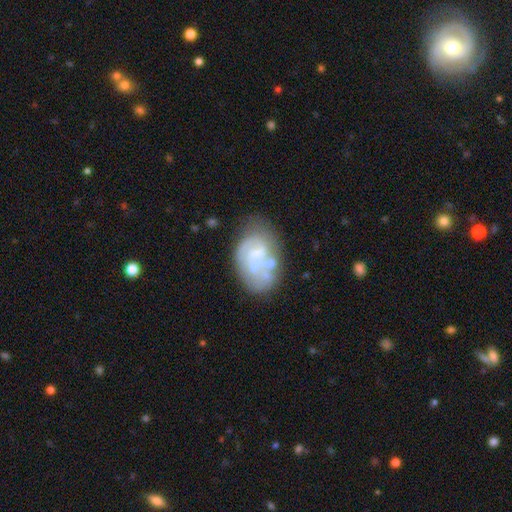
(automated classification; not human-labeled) Smooth or featured? featured or disk (68%)
Edge-on disk? no (98%)
Bar? no (66%)
Spiral arms? yes (63%)
Bulge size? small (50%)
Merging? none (49%)